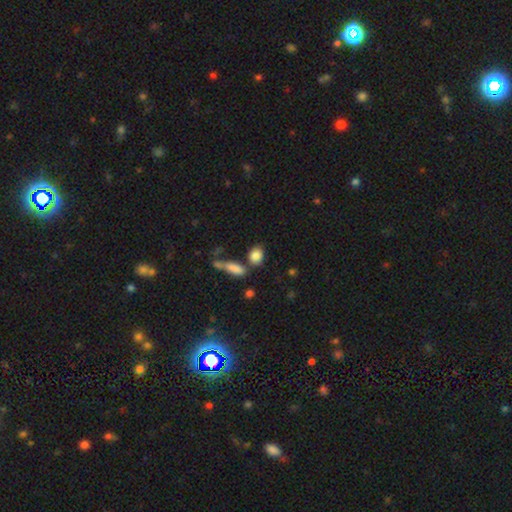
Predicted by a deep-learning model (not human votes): smooth-or-featured: smooth: 85% | star or artifact: 8% | featured or disk: 6%
  how-rounded: in between: 57% | round: 37% | cigar-shaped: 6%
  merging: none: 64% | merger: 18% | minor disturbance: 13% | major disturbance: 5%